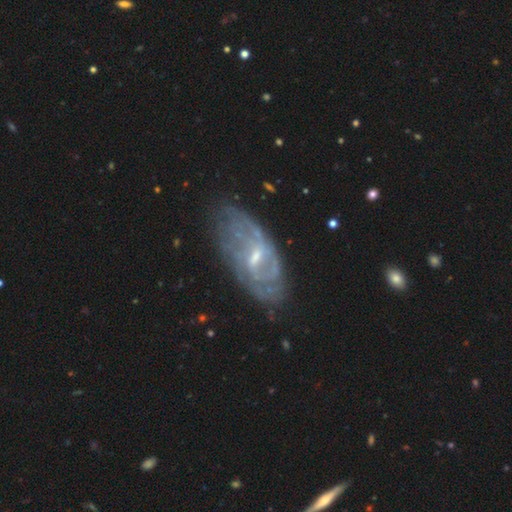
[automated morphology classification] Q: Smooth or featured?
A: featured or disk (78%); runner-up: smooth (14%)
Q: Edge-on disk?
A: no (91%); runner-up: yes (9%)
Q: Bar?
A: weak (56%); runner-up: no (24%)
Q: Spiral arms?
A: yes (81%); runner-up: no (19%)
Q: Spiral winding?
A: tight (51%); runner-up: medium (33%)
Q: Spiral arm count?
A: can't tell (53%); runner-up: 2 (25%)
Q: Bulge size?
A: small (57%); runner-up: moderate (36%)
Q: Merging?
A: none (70%); runner-up: minor disturbance (20%)